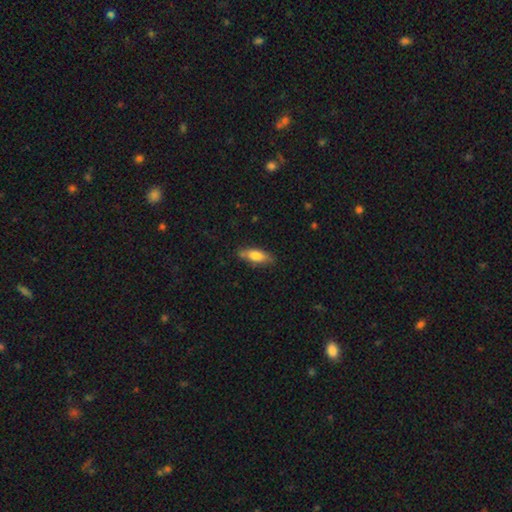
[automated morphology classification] Smooth or featured?
  - smooth: 74% *
  - featured or disk: 19%
  - star or artifact: 6%
How rounded?
  - in between: 59% *
  - cigar-shaped: 39%
  - round: 2%
Merging?
  - none: 79% *
  - minor disturbance: 17%
  - major disturbance: 3%
  - merger: 2%